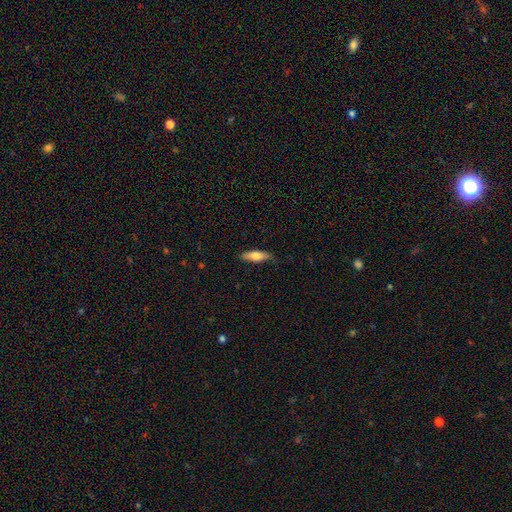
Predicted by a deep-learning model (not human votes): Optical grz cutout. It shows a smooth galaxy with no disk features (71%) that is cigar-shaped (49%). Merging: none (78%).